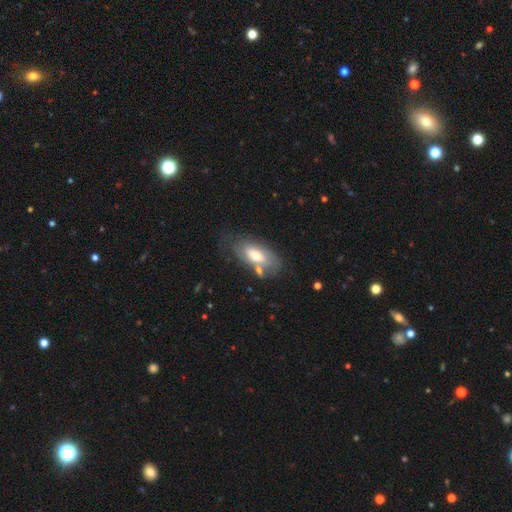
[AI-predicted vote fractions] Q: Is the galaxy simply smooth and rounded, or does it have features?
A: smooth — 60%.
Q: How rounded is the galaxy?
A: in between — 88%.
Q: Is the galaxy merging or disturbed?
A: none — 56%.